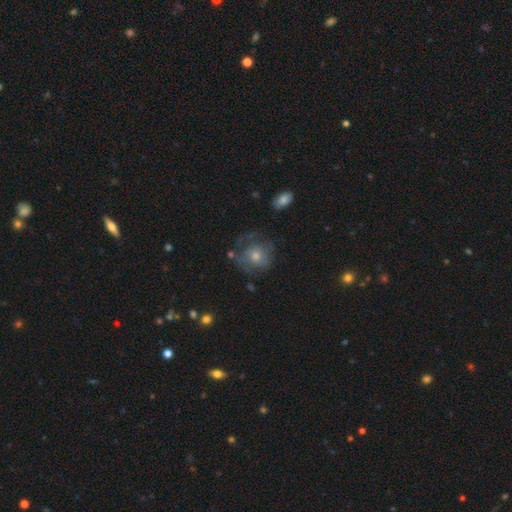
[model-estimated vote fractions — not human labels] This is possibly a featured or disk galaxy (46%). Merging: possibly none (58%).